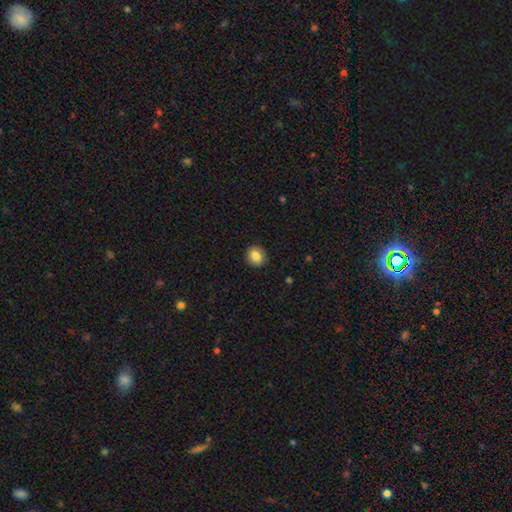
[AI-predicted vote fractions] smooth-or-featured: smooth: 85% | star or artifact: 9% | featured or disk: 6%
  how-rounded: round: 77% | in between: 22% | cigar-shaped: 1%
  merging: none: 90% | minor disturbance: 7% | major disturbance: 2% | merger: 1%